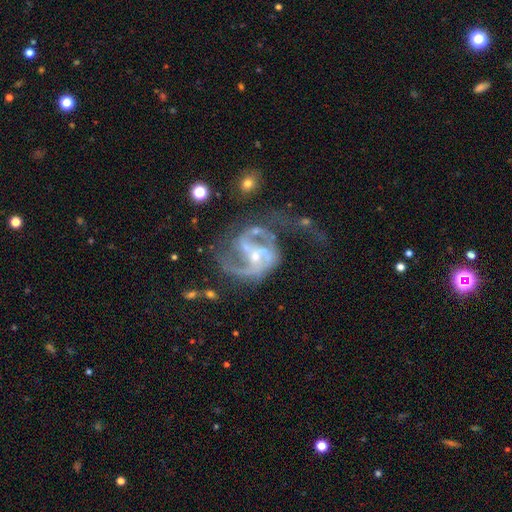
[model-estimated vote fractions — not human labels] Overall: featured or disk (90%). Edge-on disk: no (98%). Bar: weak (38%; no 33%). Spiral arms: yes (95%). Spiral arm count: 2 (70%). Spiral winding: medium (50%; loose 34%). Bulge size: small (65%; moderate 30%). Merging: major disturbance (42%; none 29%).